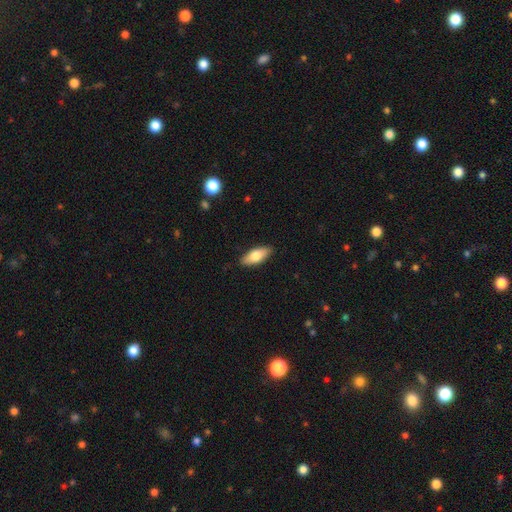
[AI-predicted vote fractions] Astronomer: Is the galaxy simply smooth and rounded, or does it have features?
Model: smooth — 75%.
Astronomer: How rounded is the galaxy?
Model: in between — 81%.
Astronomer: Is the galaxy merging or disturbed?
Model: none — 88%.